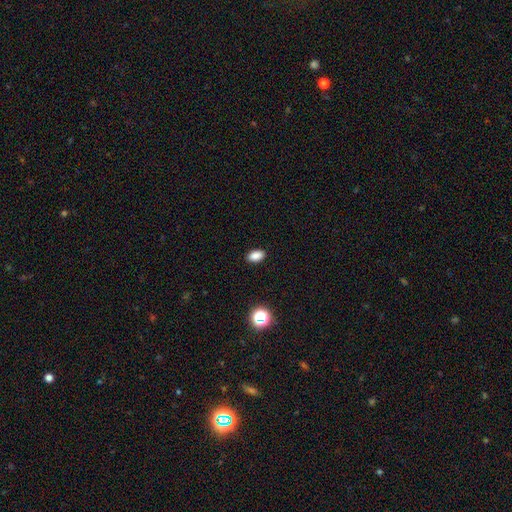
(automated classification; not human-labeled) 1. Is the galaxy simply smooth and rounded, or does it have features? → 86% smooth, 11% star or artifact, 4% featured or disk.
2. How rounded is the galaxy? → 89% in between, 8% round, 3% cigar-shaped.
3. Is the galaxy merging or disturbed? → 90% none, 7% minor disturbance, 2% major disturbance, 1% merger.